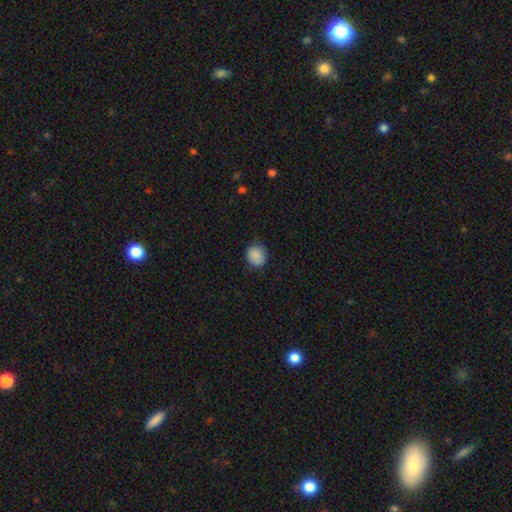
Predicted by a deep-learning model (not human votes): A smooth galaxy with no disk features (88%) that is round (78%).

Vote fractions:
- Smooth or featured? smooth: 88% / star or artifact: 9% / featured or disk: 4%
- How rounded? round: 78% / in between: 21% / cigar-shaped: 1%
- Merging? none: 79% / minor disturbance: 17% / major disturbance: 3% / merger: 1%